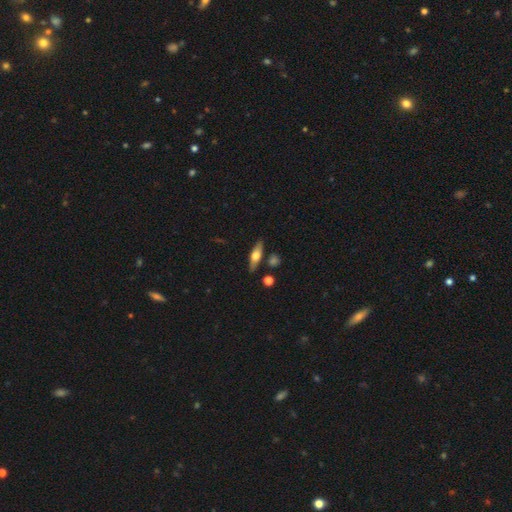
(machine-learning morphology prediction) The model was most divided on "smooth or featured": featured or disk: 50%, smooth: 43%, star or artifact: 7%. More confident: edge-on disk — yes (87%); merging — none (82%).